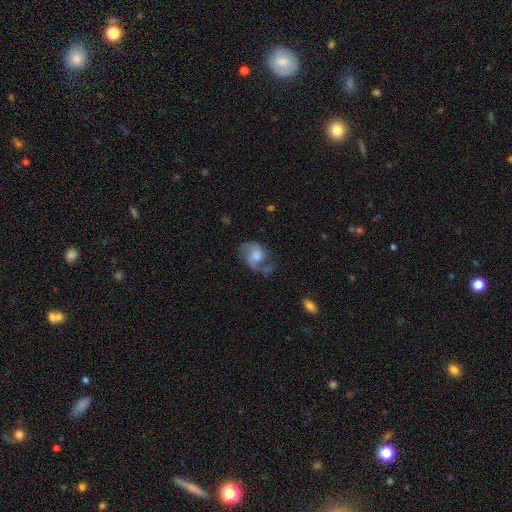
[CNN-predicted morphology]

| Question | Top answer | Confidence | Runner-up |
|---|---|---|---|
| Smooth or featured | featured or disk | 60% | smooth (32%) |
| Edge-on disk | no | 97% | yes (3%) |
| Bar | no | 65% | weak (30%) |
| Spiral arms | yes | 87% | no (13%) |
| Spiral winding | loose | 45% | medium (41%) |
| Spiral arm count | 2 | 69% | 1 (19%) |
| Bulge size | moderate | 37% | large (24%) |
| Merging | none | 42% | major disturbance (27%) |